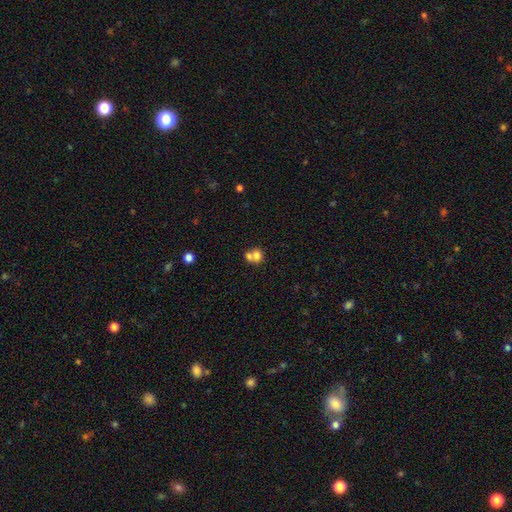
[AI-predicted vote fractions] Smooth or featured? smooth (72%)
How rounded? round (75%)
Merging? merger (60%)